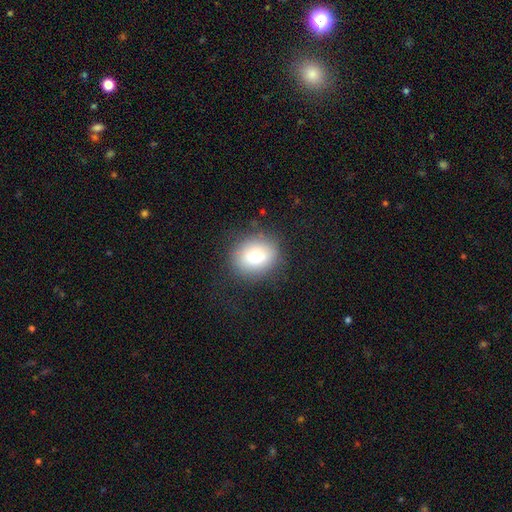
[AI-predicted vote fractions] A smooth galaxy with no disk features (74%) that is round (69%).

Vote fractions:
- Smooth or featured? smooth: 74% / featured or disk: 15% / star or artifact: 11%
- How rounded? round: 69% / in between: 30% / cigar-shaped: 1%
- Merging? none: 82% / minor disturbance: 11% / major disturbance: 5% / merger: 1%